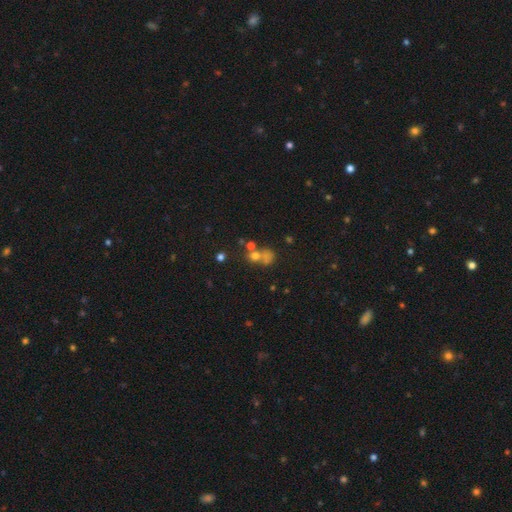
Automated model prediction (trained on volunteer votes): A smooth galaxy with no disk features (53%) that is round (70%). Merging: merger (47%).